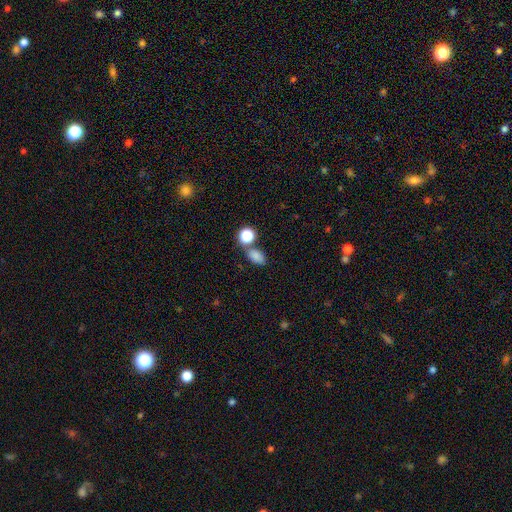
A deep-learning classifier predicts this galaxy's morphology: smooth 81%, star or artifact 13%, featured or disk 6%. Down the decision tree: how rounded — in between (82%); merging — none (63%).